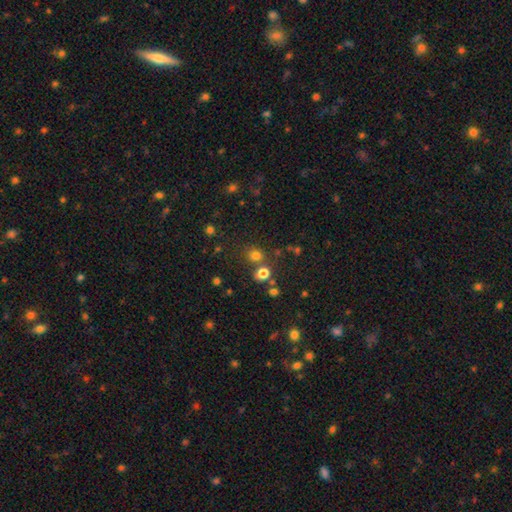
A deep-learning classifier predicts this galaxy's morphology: This appears to be a smooth galaxy with no disk features (75%) that is round (82%). Merging: none (71%).